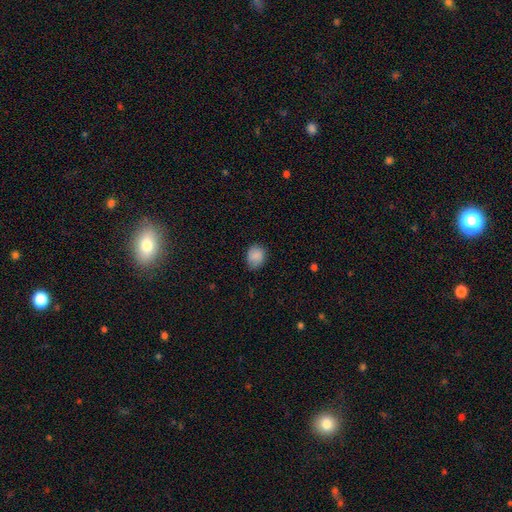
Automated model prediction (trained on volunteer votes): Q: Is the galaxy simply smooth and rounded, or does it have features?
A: smooth — 87%.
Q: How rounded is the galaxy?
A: round — 56%.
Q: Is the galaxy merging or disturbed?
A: none — 76%.